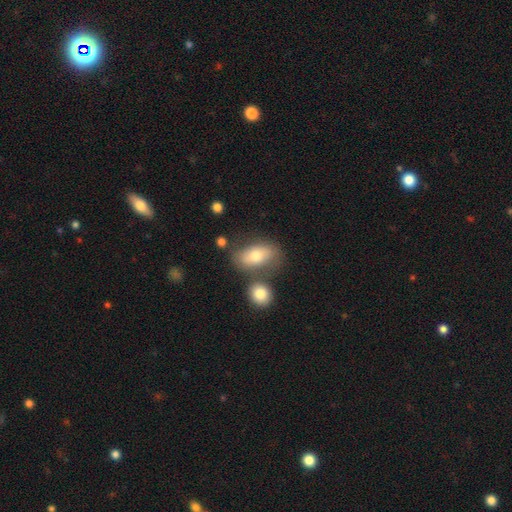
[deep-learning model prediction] Smooth or featured?
  - smooth: 70% *
  - featured or disk: 22%
  - star or artifact: 8%
How rounded?
  - in between: 86% *
  - round: 11%
  - cigar-shaped: 2%
Merging?
  - none: 56% *
  - merger: 22%
  - minor disturbance: 16%
  - major disturbance: 6%